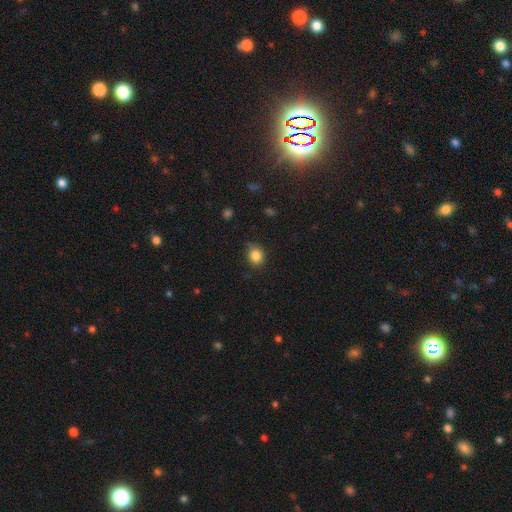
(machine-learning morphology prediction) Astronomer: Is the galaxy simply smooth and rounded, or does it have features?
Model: smooth — 84%.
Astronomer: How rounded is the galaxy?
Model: round — 73%.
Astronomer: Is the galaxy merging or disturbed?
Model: none — 74%.